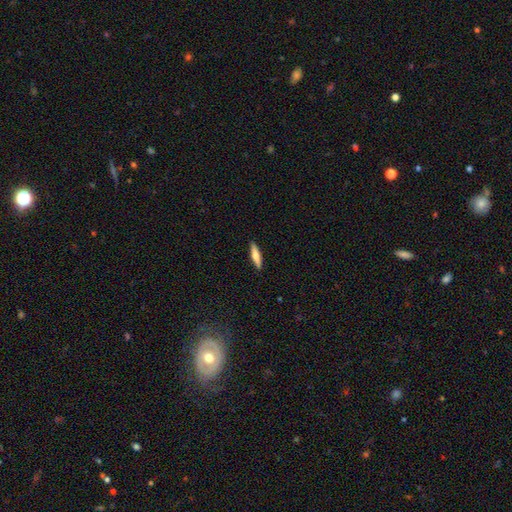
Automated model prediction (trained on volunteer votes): A smooth galaxy with no disk features (59%) that is cigar-shaped (77%). Merging: none (91%).